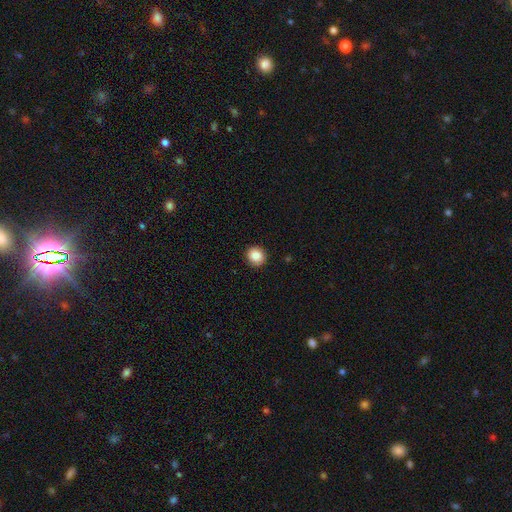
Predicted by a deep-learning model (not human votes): Smooth or featured? Predicted: smooth (p=0.88). How rounded? Predicted: round (p=0.83). Merging? Predicted: none (p=0.90).